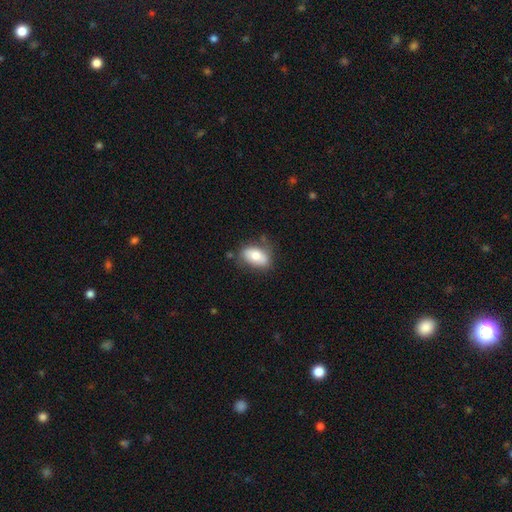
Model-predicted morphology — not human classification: Smooth or featured?
  - smooth: 73% *
  - featured or disk: 20%
  - star or artifact: 7%
How rounded?
  - in between: 90% *
  - round: 8%
  - cigar-shaped: 2%
Merging?
  - none: 70% *
  - minor disturbance: 21%
  - major disturbance: 6%
  - merger: 4%